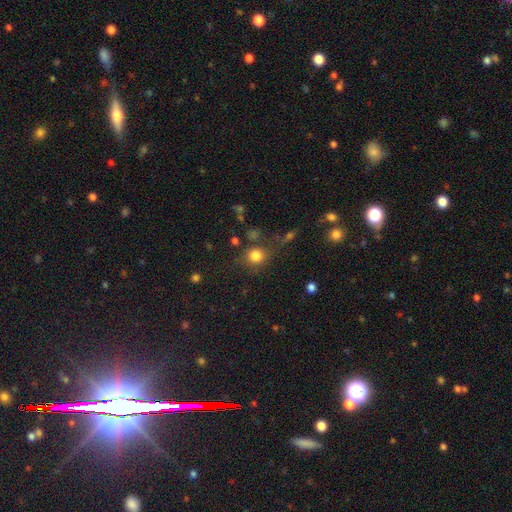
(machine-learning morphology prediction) Smooth or featured: smooth — 78% (star or artifact — 14%)
How rounded: round — 83% (in between — 16%)
Merging: none — 67% (minor disturbance — 15%)